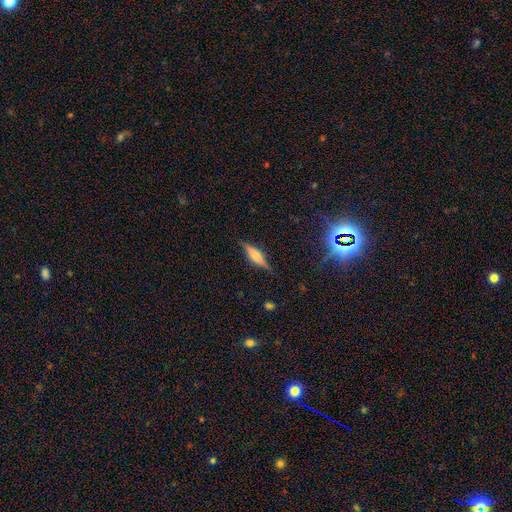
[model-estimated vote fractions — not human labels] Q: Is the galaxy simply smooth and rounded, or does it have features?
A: featured or disk — 58%.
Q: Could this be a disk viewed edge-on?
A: yes — 95%.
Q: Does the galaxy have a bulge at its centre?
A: rounded — 66%.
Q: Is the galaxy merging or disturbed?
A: none — 84%.